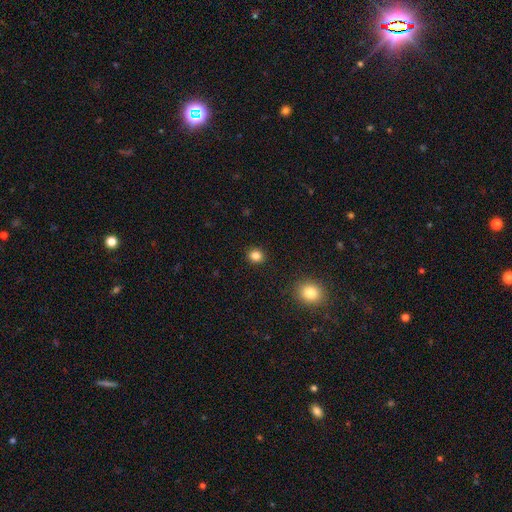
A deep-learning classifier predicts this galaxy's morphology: type=smooth (83%); roundness=round (82%); merging=none (91%).